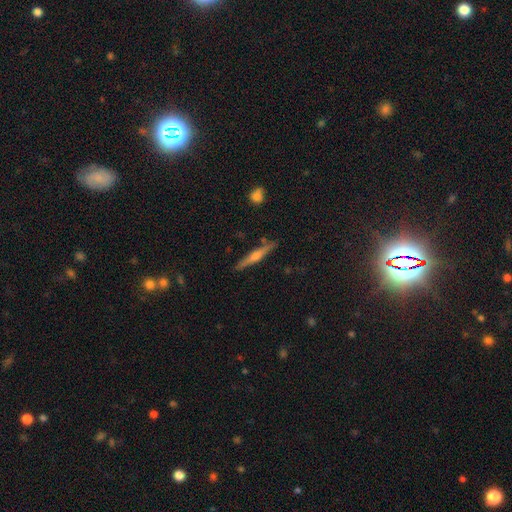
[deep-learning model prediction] A featured or disk galaxy (65%) viewed edge-on (97%) with a rounded central bulge (85%).

Vote fractions:
- Smooth or featured? featured or disk: 65% / smooth: 29% / star or artifact: 6%
- Edge-on disk? yes: 97% / no: 3%
- Edge-on bulge? rounded: 85% / none: 9% / boxy: 7%
- Merging? none: 87% / minor disturbance: 9% / merger: 2% / major disturbance: 2%